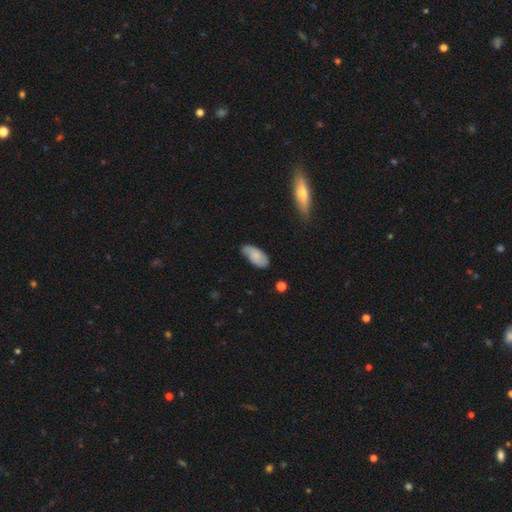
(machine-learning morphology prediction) Smooth or featured? smooth (74%)
How rounded? in between (92%)
Merging? none (64%)